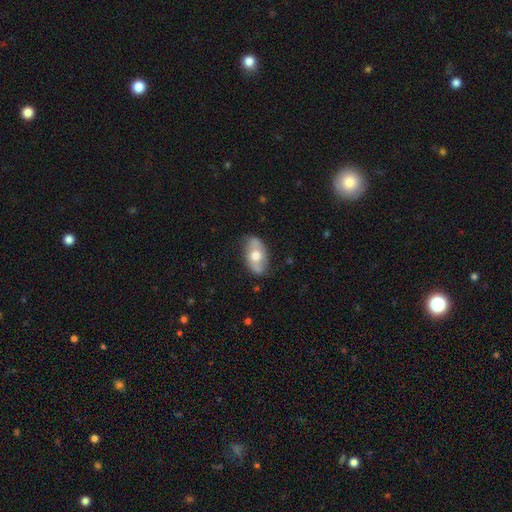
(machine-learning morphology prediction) Smooth or featured? Predicted: smooth (p=0.50). Merging? Predicted: none (p=0.75).